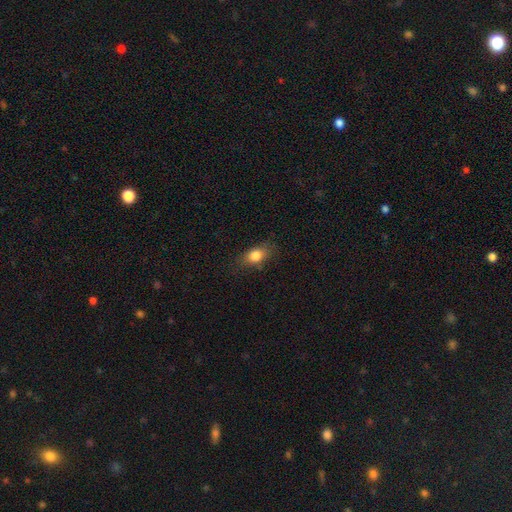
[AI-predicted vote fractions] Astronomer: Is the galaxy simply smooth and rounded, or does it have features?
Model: smooth — 80%.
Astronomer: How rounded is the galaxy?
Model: in between — 76%.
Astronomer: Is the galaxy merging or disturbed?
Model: none — 76%.